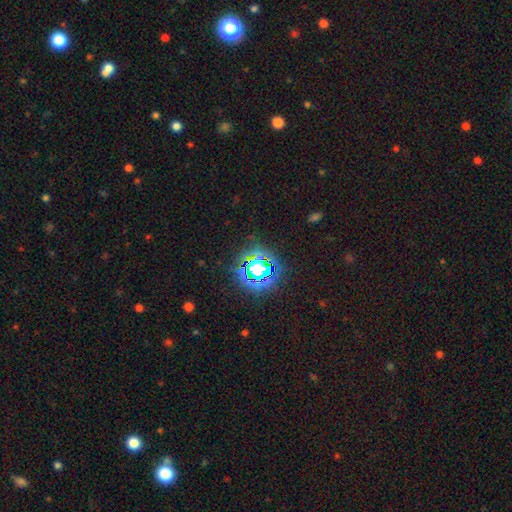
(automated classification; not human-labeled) Overall: star or artifact (75%).